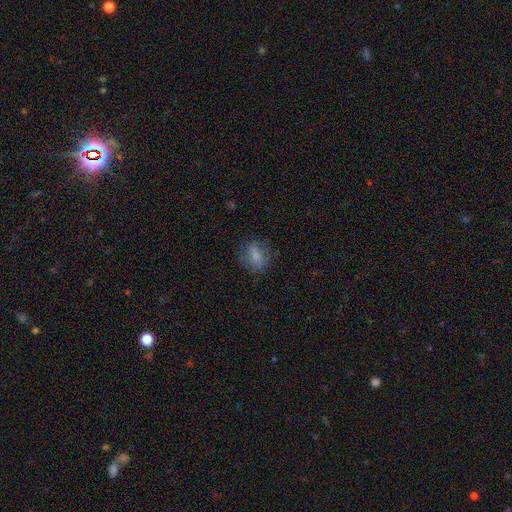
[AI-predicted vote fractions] A smooth galaxy with no disk features (70%) that is in between round and cigar-shaped (51%). Merging: none (69%).